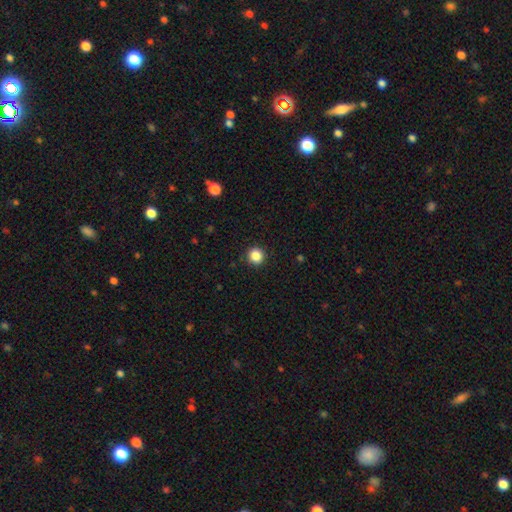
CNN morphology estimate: type=smooth (86%); roundness=round (93%); merging=none (91%).